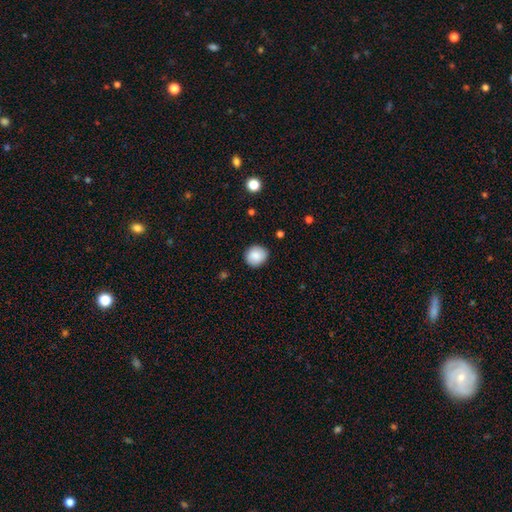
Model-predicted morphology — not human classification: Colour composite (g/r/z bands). It shows a smooth galaxy with no disk features (87%) that is round (83%). Merging: none (87%).